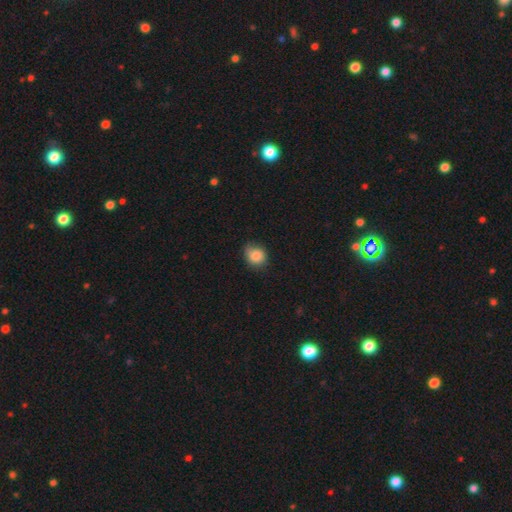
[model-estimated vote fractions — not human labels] This is clearly a smooth galaxy (82%). How rounded: likely round (63%). Merging: likely none (62%).